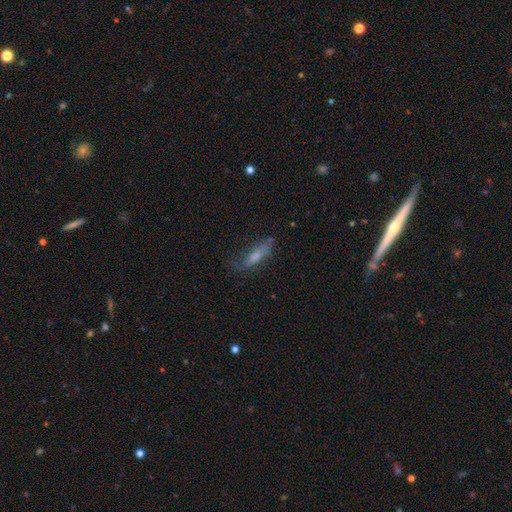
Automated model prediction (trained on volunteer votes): A smooth galaxy with no disk features (44%). Merging: none (59%).